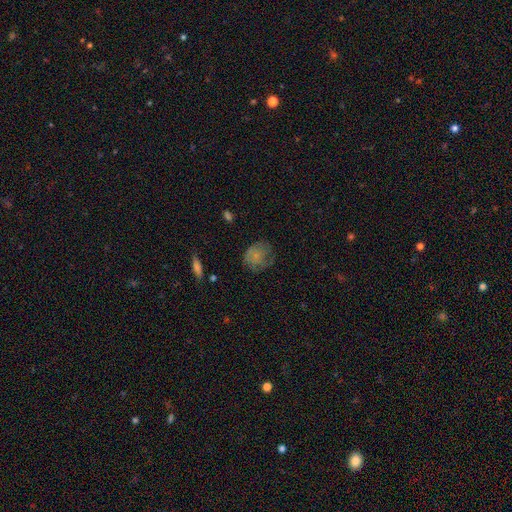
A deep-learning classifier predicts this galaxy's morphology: smooth-or-featured: smooth: 67% | featured or disk: 22% | star or artifact: 10%
  how-rounded: round: 67% | in between: 32% | cigar-shaped: 1%
  merging: none: 51% | minor disturbance: 29% | major disturbance: 18% | merger: 2%